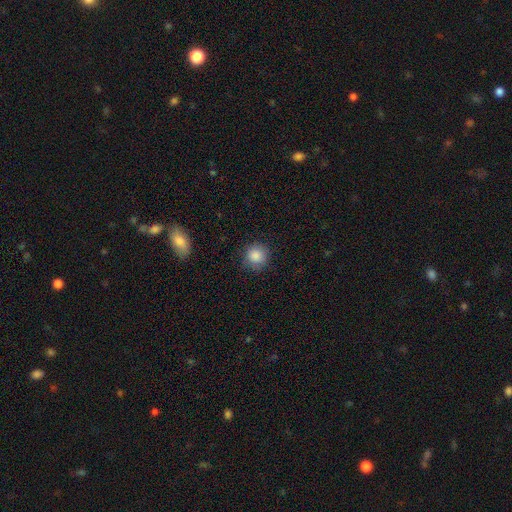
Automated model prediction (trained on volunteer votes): smooth_or_featured: smooth (p=0.86) [alt: star or artifact p=0.09]
how_rounded: round (p=0.92) [alt: in between p=0.07]
merging: none (p=0.85) [alt: minor disturbance p=0.11]